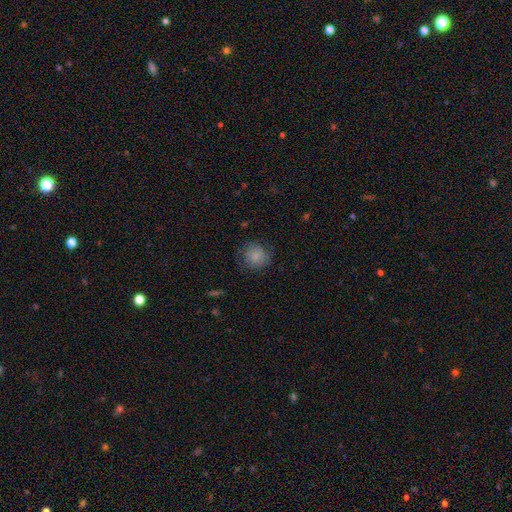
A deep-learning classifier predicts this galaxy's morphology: Smooth or featured? Predicted: smooth (p=0.84). How rounded? Predicted: round (p=0.86). Merging? Predicted: none (p=0.74).